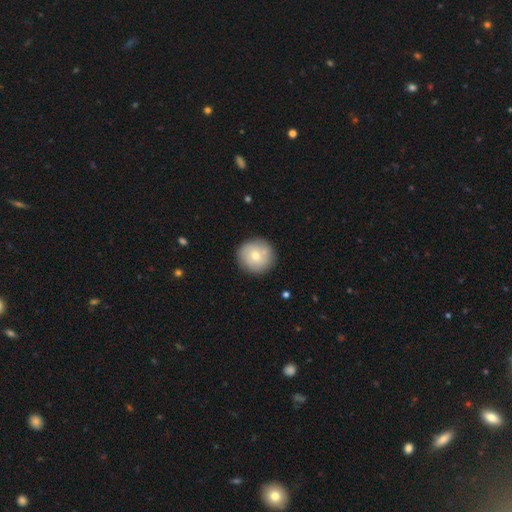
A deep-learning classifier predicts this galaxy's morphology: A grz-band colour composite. It shows a smooth galaxy with no disk features (74%) that is round (93%). Merging: none (85%).